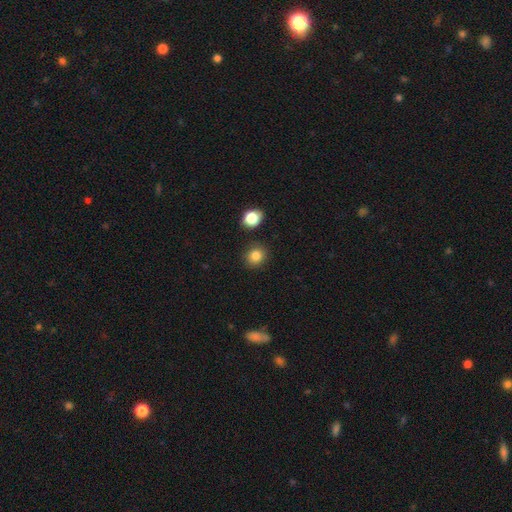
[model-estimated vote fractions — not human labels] This appears to be a smooth galaxy with no disk features (83%) that is round (86%). Merging: none (88%).